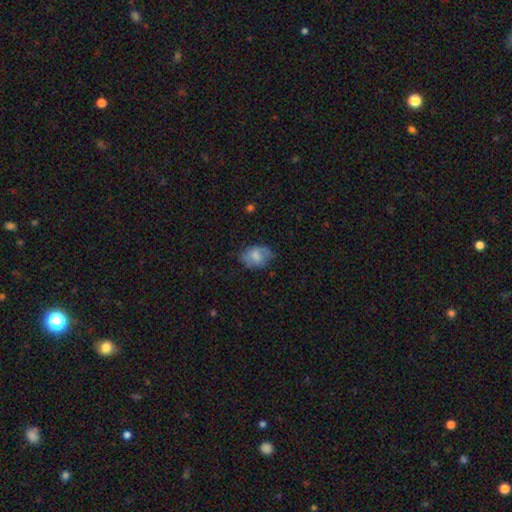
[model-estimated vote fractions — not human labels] smooth-or-featured: smooth: 66% | featured or disk: 26% | star or artifact: 8%
  how-rounded: in between: 80% | round: 19% | cigar-shaped: 1%
  merging: none: 63% | minor disturbance: 27% | major disturbance: 9% | merger: 1%